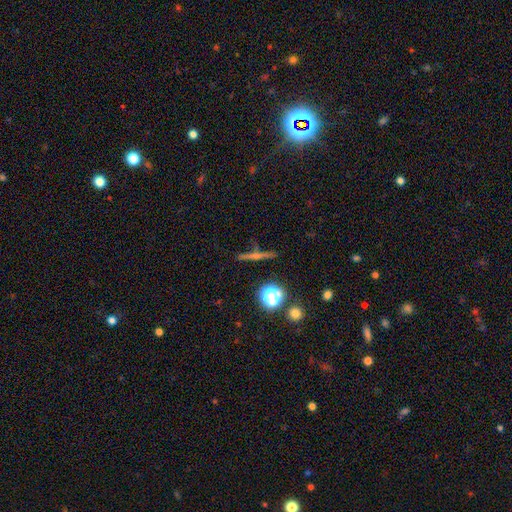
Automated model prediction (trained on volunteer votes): A featured or disk galaxy (51%) viewed edge-on (94%). Merging: none (88%).